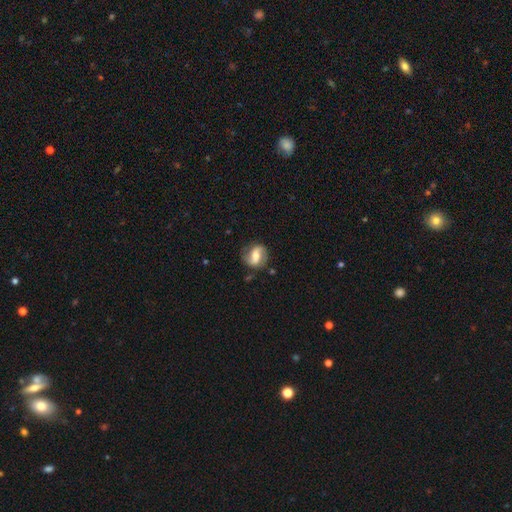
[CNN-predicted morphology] Smooth or featured? featured or disk (65%)
Edge-on disk? no (96%)
Bar? weak (38%)
Spiral arms? yes (87%)
Spiral winding? medium (42%)
Spiral arm count? 2 (86%)
Bulge size? moderate (54%)
Merging? none (73%)